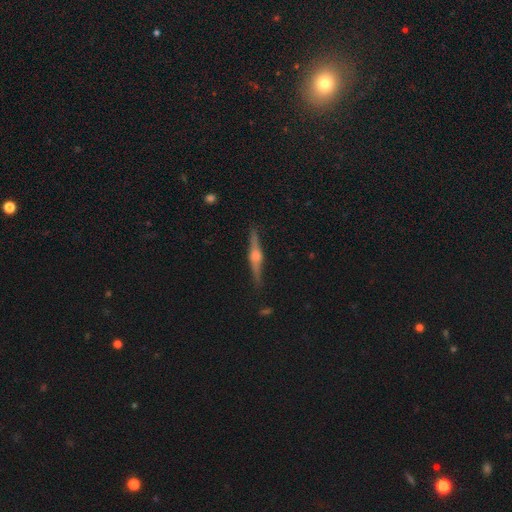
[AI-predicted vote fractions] Q: Smooth or featured?
A: featured or disk (81%); runner-up: smooth (13%)
Q: Edge-on disk?
A: yes (98%); runner-up: no (2%)
Q: Edge-on bulge?
A: rounded (91%); runner-up: boxy (7%)
Q: Merging?
A: none (90%); runner-up: minor disturbance (8%)